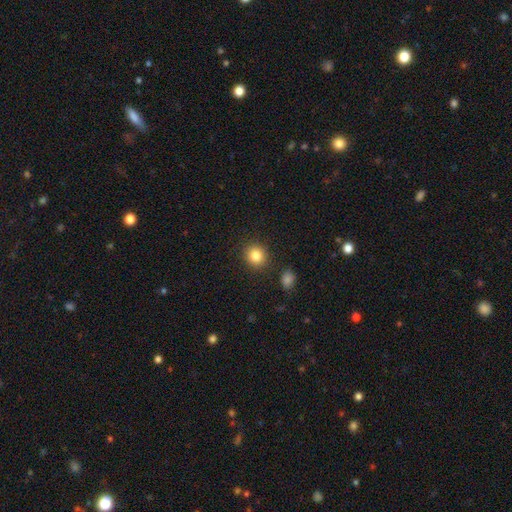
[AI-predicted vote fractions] Smooth or featured?
  - smooth: 85% *
  - star or artifact: 10%
  - featured or disk: 5%
How rounded?
  - round: 86% *
  - in between: 13%
  - cigar-shaped: 1%
Merging?
  - none: 88% *
  - minor disturbance: 7%
  - merger: 3%
  - major disturbance: 2%